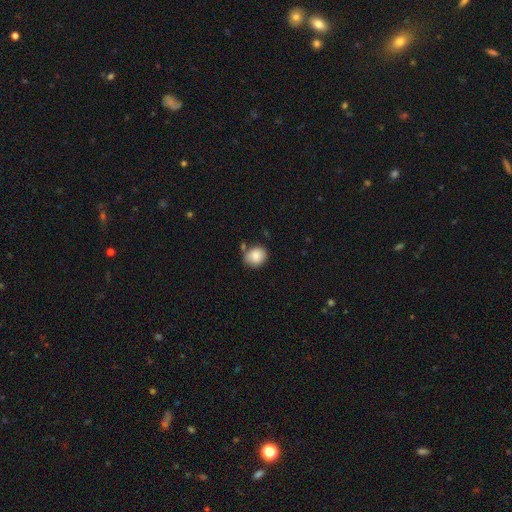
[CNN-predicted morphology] Smooth or featured? smooth (84%)
How rounded? round (69%)
Merging? none (70%)